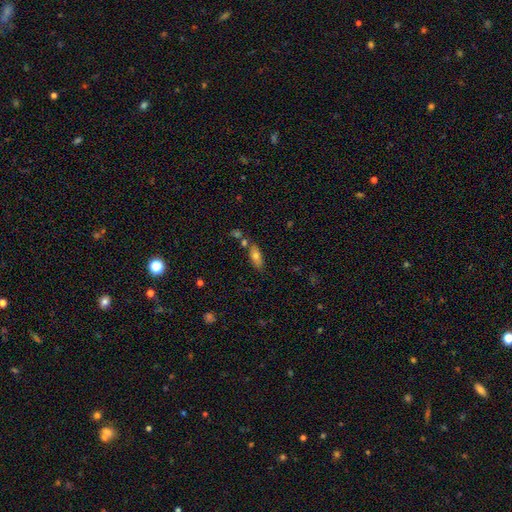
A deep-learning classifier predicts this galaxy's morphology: type=smooth (72%); roundness=in between (80%); merging=none (69%).